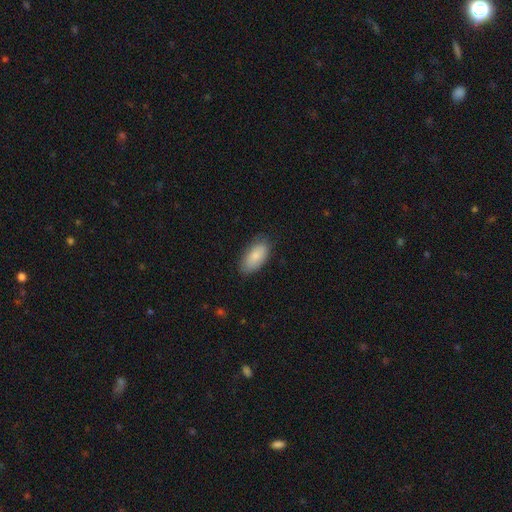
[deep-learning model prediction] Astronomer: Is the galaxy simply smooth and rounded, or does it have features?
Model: smooth — 82%.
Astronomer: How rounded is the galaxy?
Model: in between — 93%.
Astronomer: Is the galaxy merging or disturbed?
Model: none — 81%.